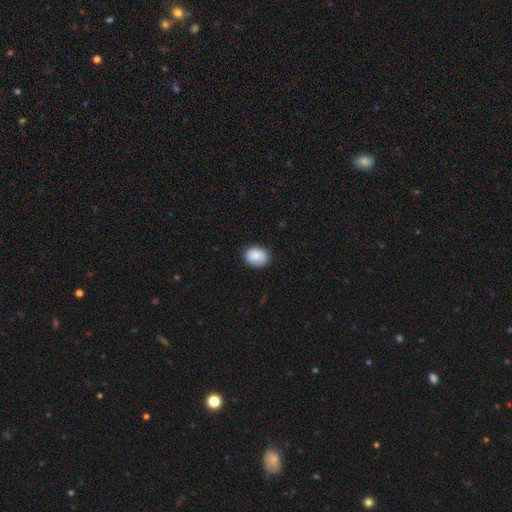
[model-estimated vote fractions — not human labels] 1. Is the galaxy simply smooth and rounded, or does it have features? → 87% smooth, 7% star or artifact, 6% featured or disk.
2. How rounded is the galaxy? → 59% in between, 40% round, 1% cigar-shaped.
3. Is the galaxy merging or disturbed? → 82% none, 14% minor disturbance, 3% major disturbance, 1% merger.